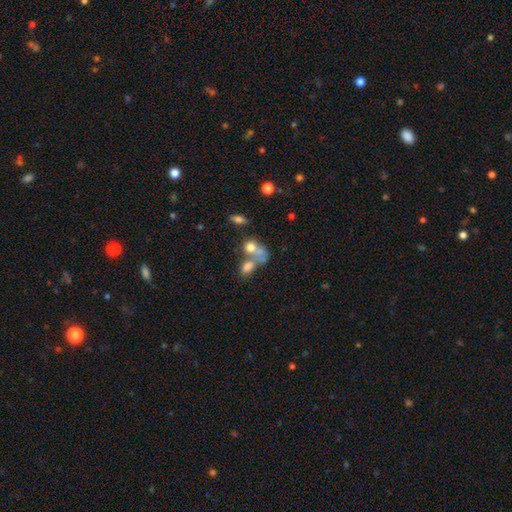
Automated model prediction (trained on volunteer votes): smooth 47%, featured or disk 32%, star or artifact 20%. Down the decision tree: merging — merger (58%).